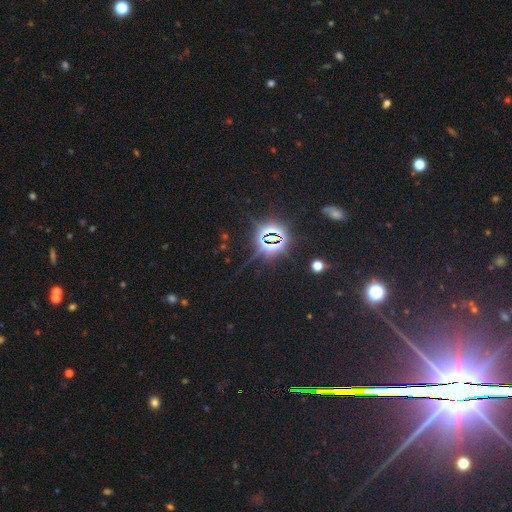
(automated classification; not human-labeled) This appears to be a star or artifact, not a galaxy (81%).